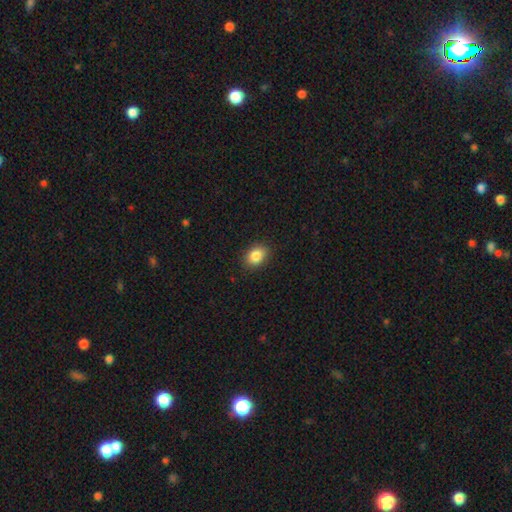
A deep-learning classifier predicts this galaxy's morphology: Smooth or featured?
  - smooth: 86% *
  - star or artifact: 9%
  - featured or disk: 5%
How rounded?
  - in between: 66% *
  - round: 32%
  - cigar-shaped: 1%
Merging?
  - none: 86% *
  - minor disturbance: 11%
  - major disturbance: 2%
  - merger: 1%